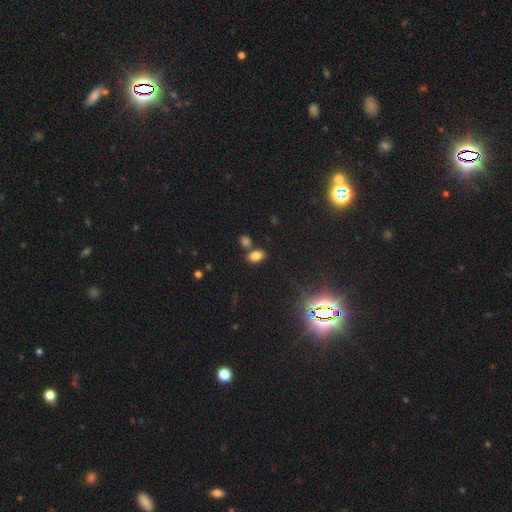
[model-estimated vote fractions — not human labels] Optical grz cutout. It shows a smooth galaxy with no disk features (79%) that is in between round and cigar-shaped (89%). Merging: none (68%).